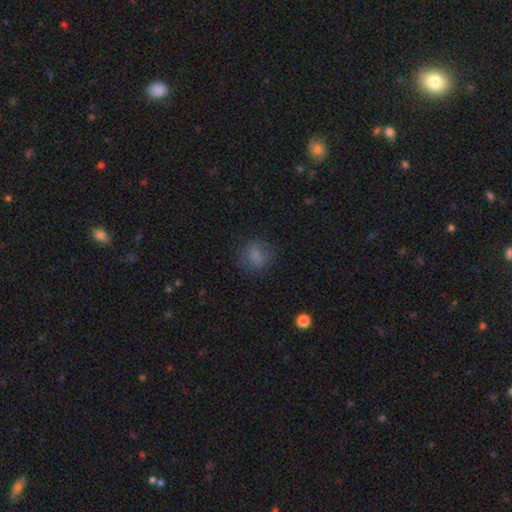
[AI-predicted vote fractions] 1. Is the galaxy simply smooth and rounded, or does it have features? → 75% smooth, 13% star or artifact, 12% featured or disk.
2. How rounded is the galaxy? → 67% round, 31% in between, 1% cigar-shaped.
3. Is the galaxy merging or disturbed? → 71% none, 18% minor disturbance, 9% major disturbance, 1% merger.